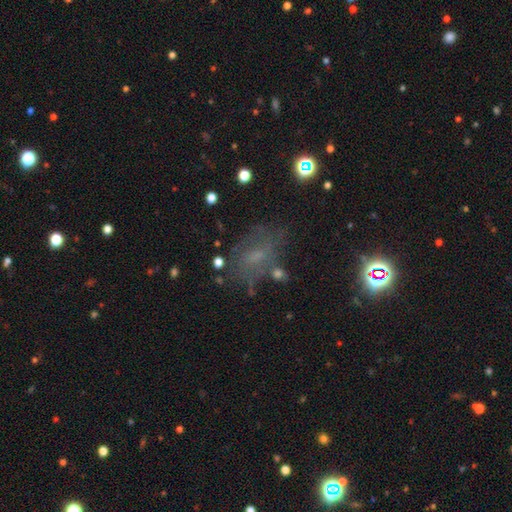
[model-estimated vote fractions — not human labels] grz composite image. It shows a featured or disk galaxy (41%). Merging: none (59%).